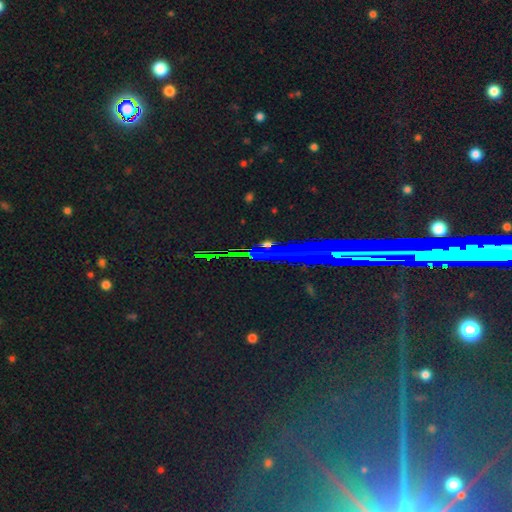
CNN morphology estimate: Smooth or featured?
  - star or artifact: 81% *
  - featured or disk: 10%
  - smooth: 9%